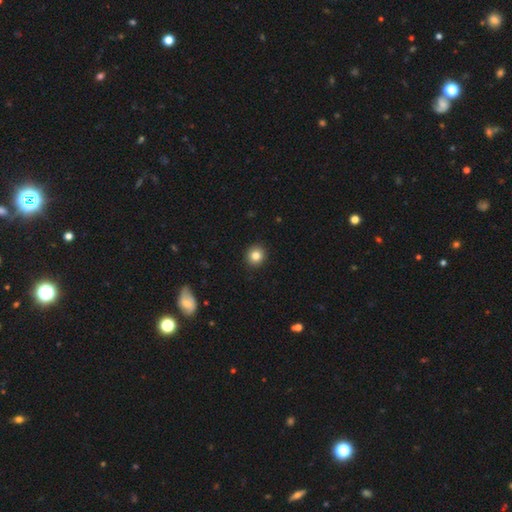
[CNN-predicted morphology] A smooth galaxy with no disk features (83%) that is round (89%).

Vote fractions:
- Smooth or featured? smooth: 83% / star or artifact: 10% / featured or disk: 7%
- How rounded? round: 89% / in between: 10% / cigar-shaped: 1%
- Merging? none: 92% / minor disturbance: 5% / major disturbance: 2% / merger: 1%